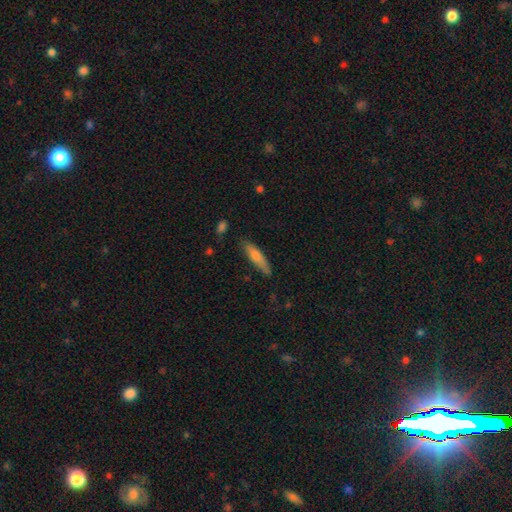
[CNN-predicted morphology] Smooth or featured?
  - smooth: 71% *
  - featured or disk: 23%
  - star or artifact: 6%
How rounded?
  - cigar-shaped: 76% *
  - in between: 23%
  - round: 2%
Merging?
  - none: 75% *
  - minor disturbance: 19%
  - major disturbance: 3%
  - merger: 2%